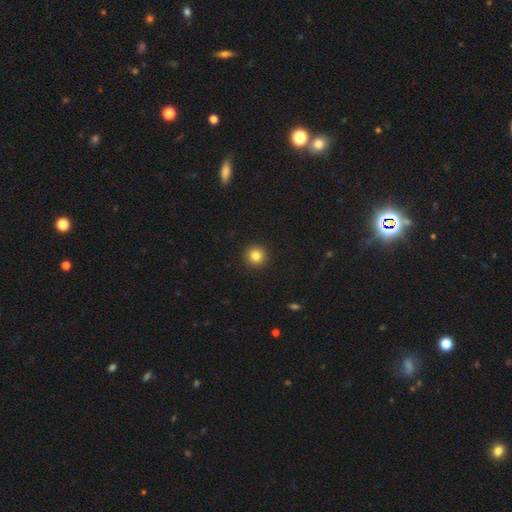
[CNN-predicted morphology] Smooth or featured? Predicted: smooth (p=0.83). How rounded? Predicted: round (p=0.95). Merging? Predicted: none (p=0.93).